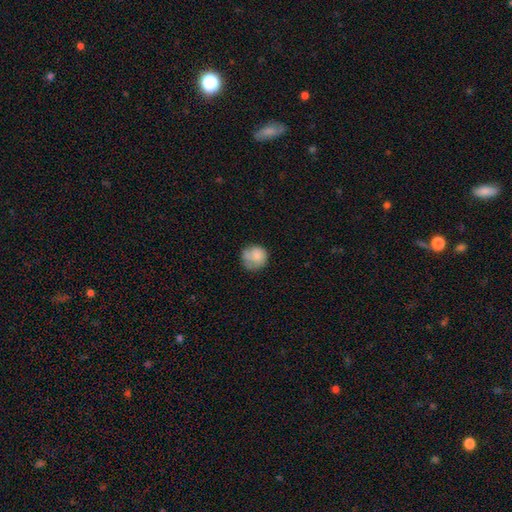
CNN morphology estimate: The model was most divided on "merging": none: 56%, minor disturbance: 26%, major disturbance: 11%, merger: 6%. More confident: how rounded — round (86%); smooth or featured — smooth (76%).